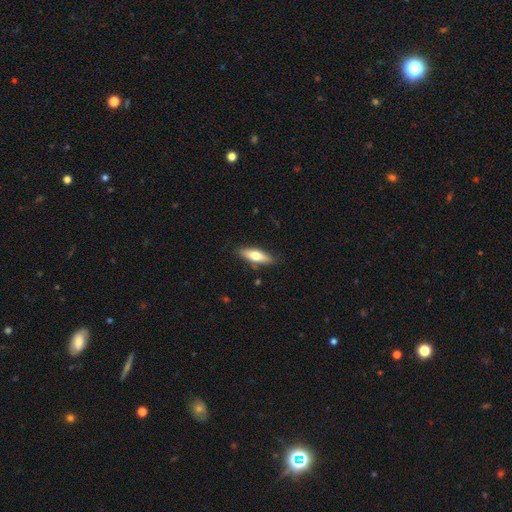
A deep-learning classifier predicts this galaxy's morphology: Q: Smooth or featured?
A: smooth (57%); runner-up: featured or disk (37%)
Q: How rounded?
A: cigar-shaped (50%); runner-up: in between (47%)
Q: Merging?
A: none (85%); runner-up: minor disturbance (11%)